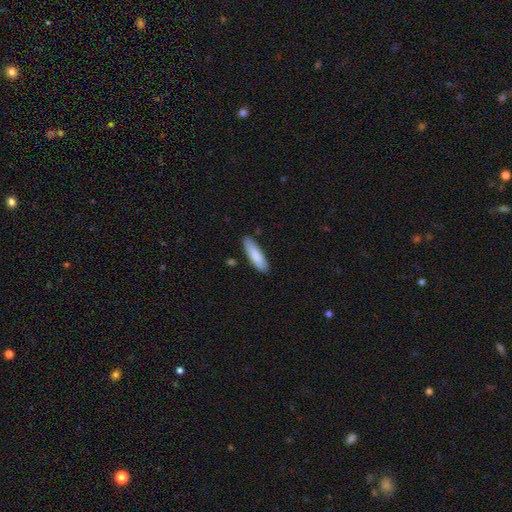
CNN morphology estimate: Smooth or featured?
  - smooth: 85% *
  - featured or disk: 10%
  - star or artifact: 5%
How rounded?
  - cigar-shaped: 66% *
  - in between: 33%
  - round: 1%
Merging?
  - none: 85% *
  - minor disturbance: 12%
  - major disturbance: 2%
  - merger: 2%